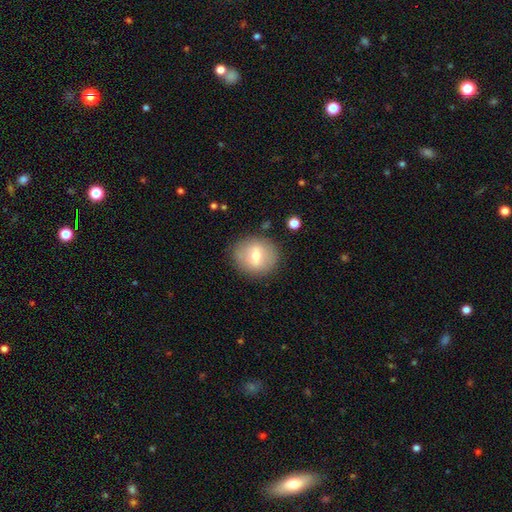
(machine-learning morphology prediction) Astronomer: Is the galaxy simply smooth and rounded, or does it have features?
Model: smooth — 61%.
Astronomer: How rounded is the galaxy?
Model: round — 77%.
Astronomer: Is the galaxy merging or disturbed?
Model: none — 86%.